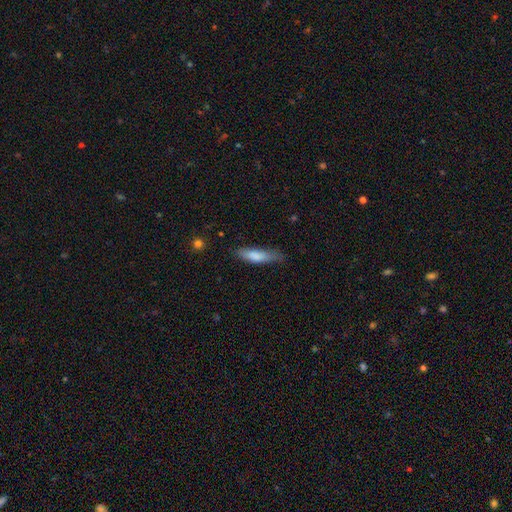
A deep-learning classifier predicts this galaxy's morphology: A smooth galaxy with no disk features (80%) that is cigar-shaped (67%). Merging: none (64%).